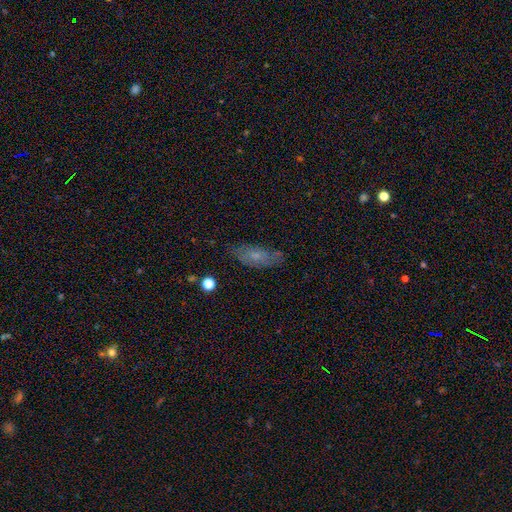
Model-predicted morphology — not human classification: Overall: smooth (59%; featured or disk 32%). How rounded: in between (73%). Merging: none (70%).